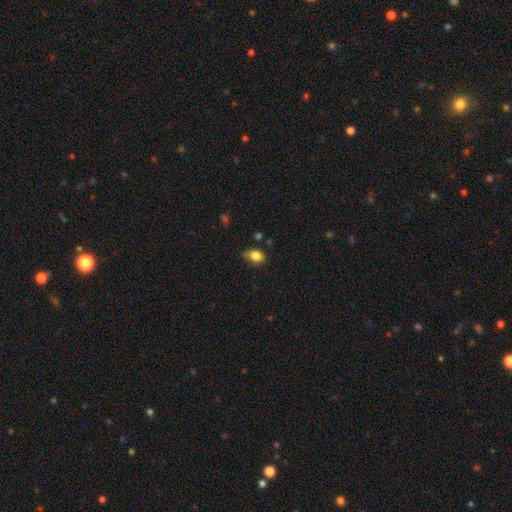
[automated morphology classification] smooth_or_featured: smooth (p=0.84) [alt: star or artifact p=0.09]
how_rounded: in between (p=0.80) [alt: round p=0.19]
merging: none (p=0.69) [alt: minor disturbance p=0.25]